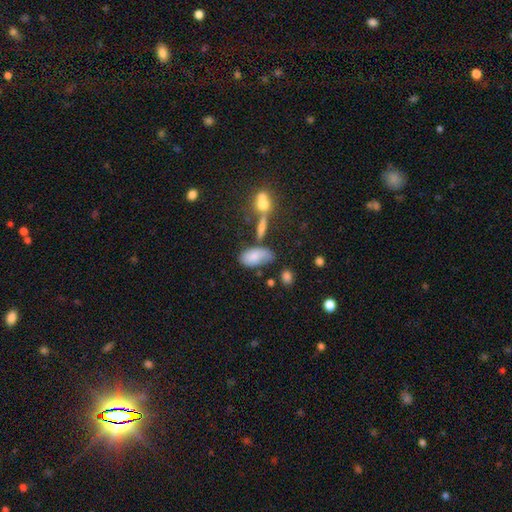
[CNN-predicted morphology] Smooth or featured? Predicted: smooth (p=0.74). How rounded? Predicted: in between (p=0.91). Merging? Predicted: none (p=0.42).